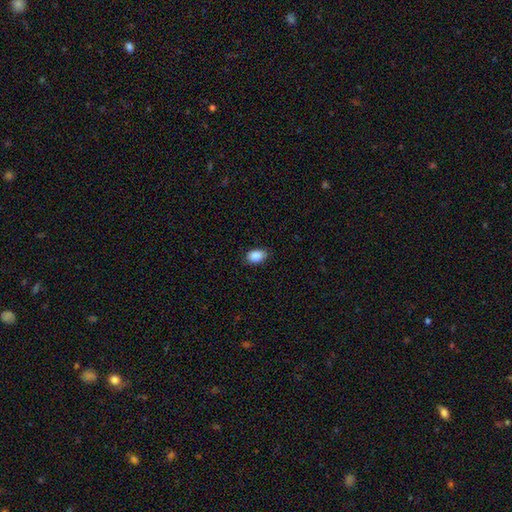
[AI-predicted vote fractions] Smooth or featured?
  - smooth: 89% *
  - star or artifact: 8%
  - featured or disk: 3%
How rounded?
  - in between: 86% *
  - round: 12%
  - cigar-shaped: 1%
Merging?
  - none: 82% *
  - minor disturbance: 15%
  - major disturbance: 3%
  - merger: 1%